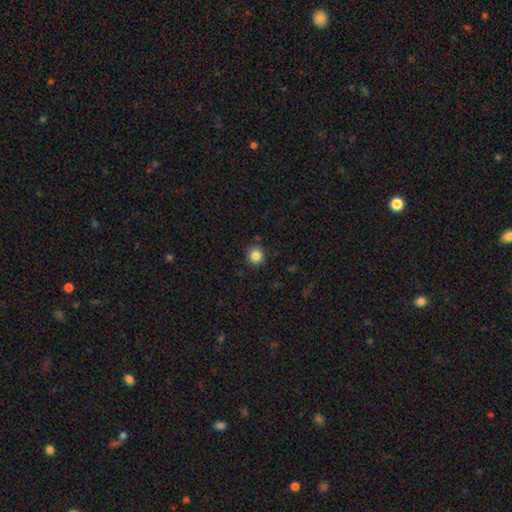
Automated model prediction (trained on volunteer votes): A smooth galaxy with no disk features (85%) that is round (93%). Merging: none (89%).